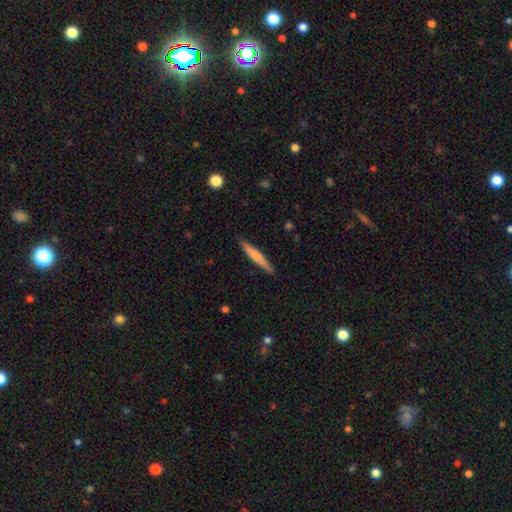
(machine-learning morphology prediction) smooth-or-featured: smooth: 63% | featured or disk: 31% | star or artifact: 5%
  how-rounded: cigar-shaped: 94% | in between: 5% | round: 1%
  merging: none: 89% | minor disturbance: 8% | major disturbance: 2% | merger: 1%